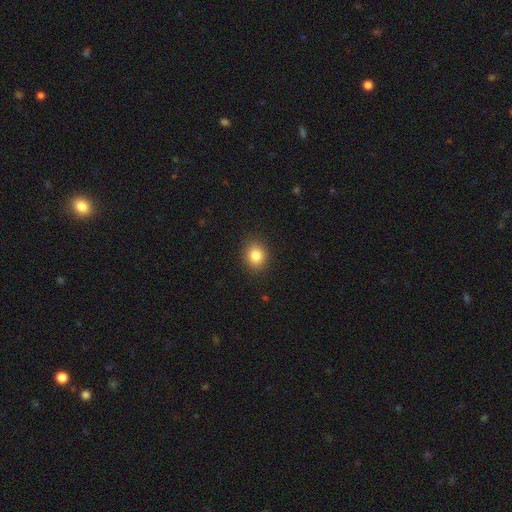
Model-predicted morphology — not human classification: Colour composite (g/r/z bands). It shows a smooth galaxy with no disk features (83%) that is round (67%). Merging: none (90%).